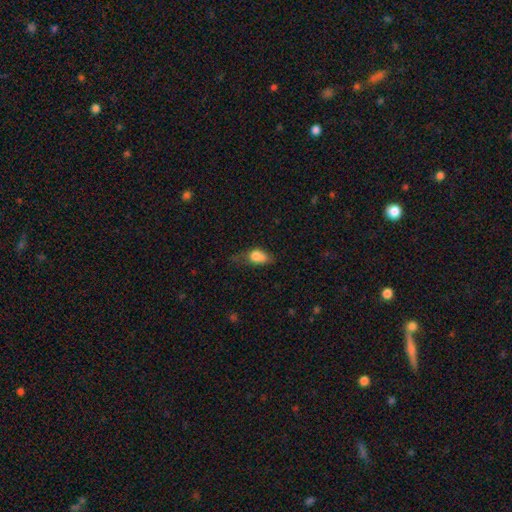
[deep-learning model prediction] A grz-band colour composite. It shows a smooth galaxy with no disk features (78%) that is in between round and cigar-shaped (79%). Merging: minor disturbance (35%).